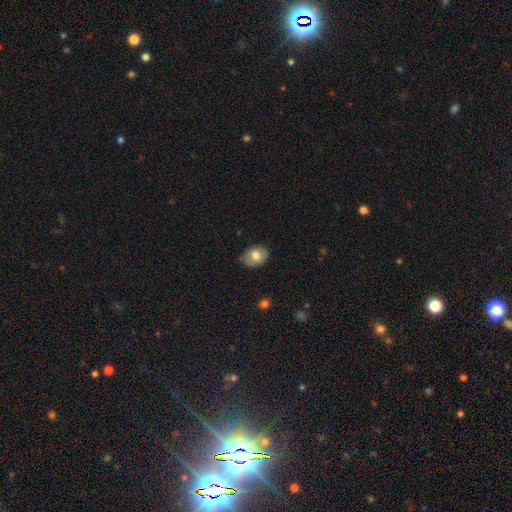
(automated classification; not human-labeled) Morphology: type=smooth (73%); roundness=in between (68%); merging=none (82%).